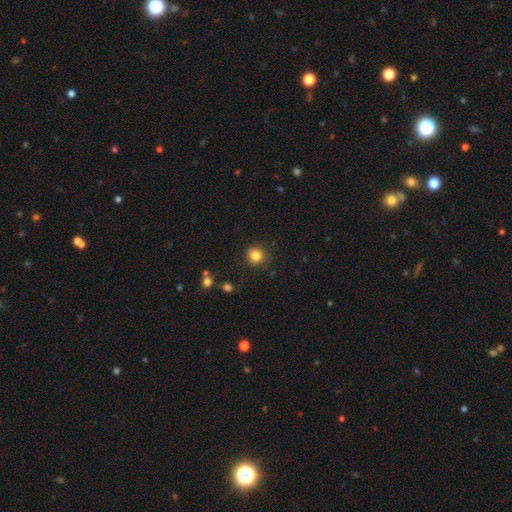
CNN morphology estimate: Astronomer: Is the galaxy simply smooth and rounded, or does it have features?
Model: smooth — 84%.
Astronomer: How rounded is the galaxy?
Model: round — 85%.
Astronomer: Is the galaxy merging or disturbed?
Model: none — 84%.